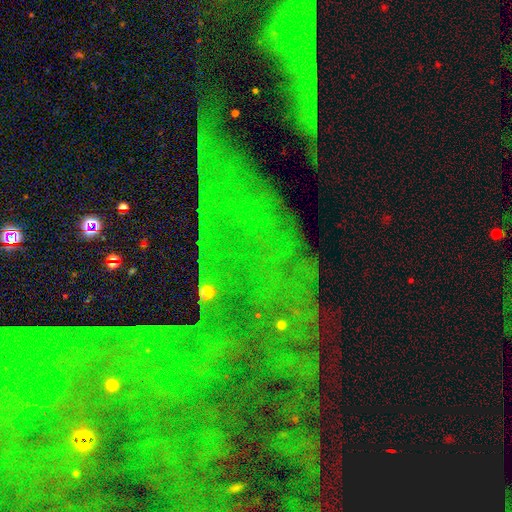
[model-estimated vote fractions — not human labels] This is clearly a star or artifact rather than a galaxy (80%).